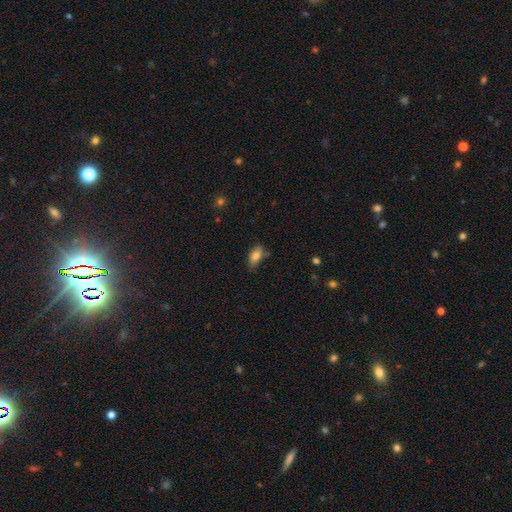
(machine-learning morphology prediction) A smooth galaxy with no disk features (82%) that is in between round and cigar-shaped (88%).

Vote fractions:
- Smooth or featured? smooth: 82% / featured or disk: 10% / star or artifact: 8%
- How rounded? in between: 88% / cigar-shaped: 8% / round: 4%
- Merging? none: 69% / minor disturbance: 22% / merger: 5% / major disturbance: 5%